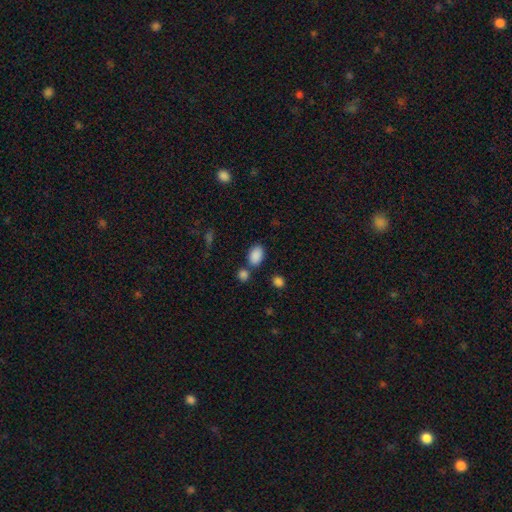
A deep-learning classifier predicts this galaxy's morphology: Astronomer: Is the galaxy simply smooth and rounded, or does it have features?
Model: smooth — 87%.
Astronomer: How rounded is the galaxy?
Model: in between — 87%.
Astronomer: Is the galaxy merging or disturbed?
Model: none — 68%.